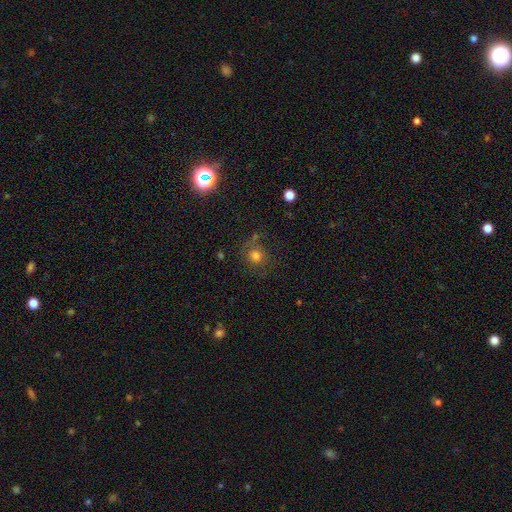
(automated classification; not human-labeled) Q: Smooth or featured?
A: smooth (66%); runner-up: star or artifact (18%)
Q: How rounded?
A: round (87%); runner-up: in between (12%)
Q: Merging?
A: none (68%); runner-up: minor disturbance (16%)